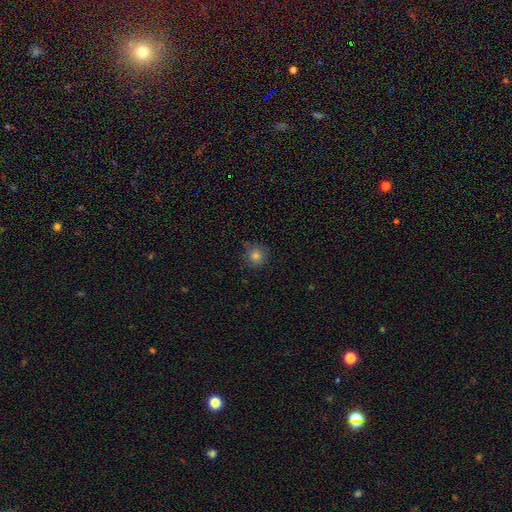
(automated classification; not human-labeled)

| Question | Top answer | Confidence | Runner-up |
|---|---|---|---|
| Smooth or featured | smooth | 81% | star or artifact (13%) |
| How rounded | round | 93% | in between (6%) |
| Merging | none | 85% | minor disturbance (11%) |